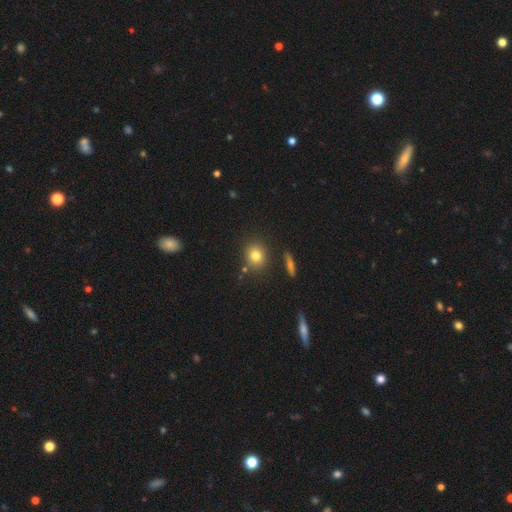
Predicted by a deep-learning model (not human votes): A smooth galaxy with no disk features (79%) that is round (75%). Merging: none (82%).